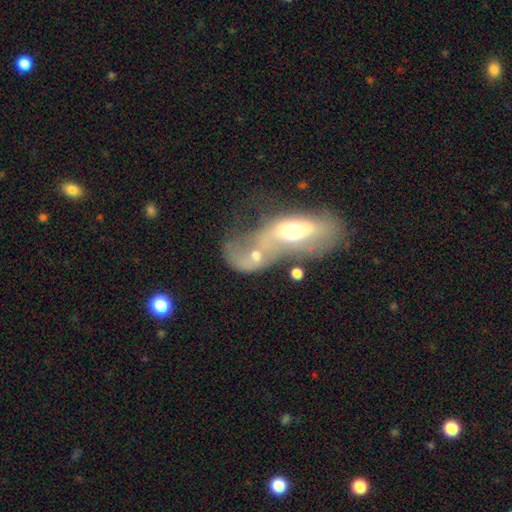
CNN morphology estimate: smooth-or-featured: featured or disk: 47% | smooth: 43% | star or artifact: 9%
  merging: merger: 72% | major disturbance: 16% | none: 7% | minor disturbance: 5%